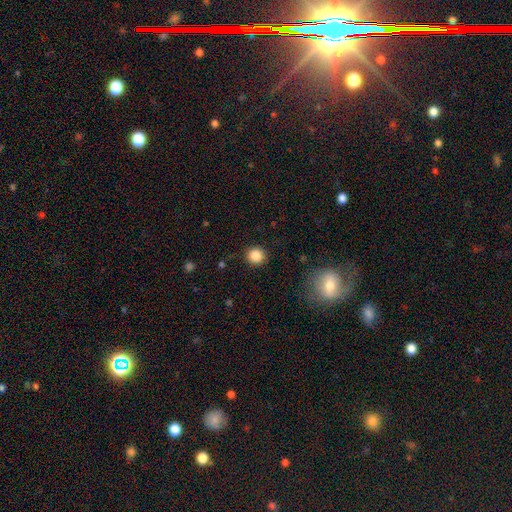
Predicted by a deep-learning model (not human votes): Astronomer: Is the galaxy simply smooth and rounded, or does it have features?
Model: smooth — 85%.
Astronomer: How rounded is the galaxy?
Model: round — 92%.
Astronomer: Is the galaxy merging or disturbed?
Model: none — 91%.